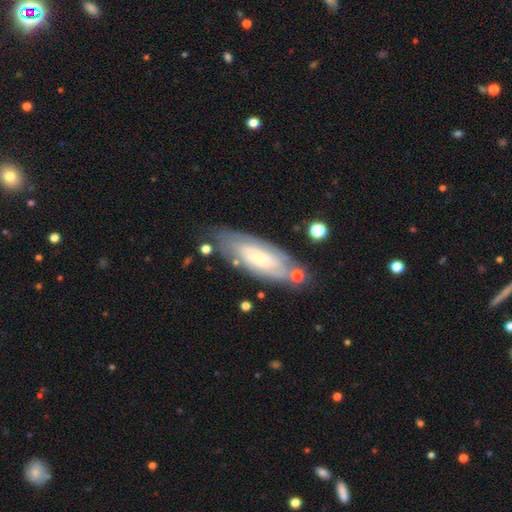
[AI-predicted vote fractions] A featured or disk galaxy (57%).

Vote fractions:
- Smooth or featured? featured or disk: 57% / smooth: 35% / star or artifact: 7%
- Edge-on disk? no: 77% / yes: 23%
- Merging? none: 71% / minor disturbance: 18% / major disturbance: 5% / merger: 5%